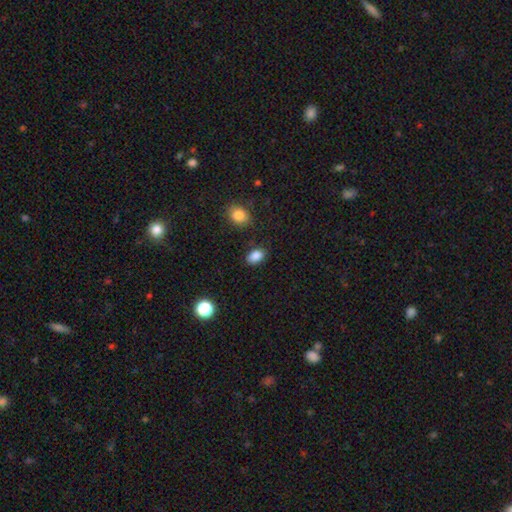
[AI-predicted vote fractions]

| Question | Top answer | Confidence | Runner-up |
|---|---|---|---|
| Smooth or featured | smooth | 86% | star or artifact (10%) |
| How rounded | in between | 85% | round (14%) |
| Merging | none | 81% | minor disturbance (13%) |